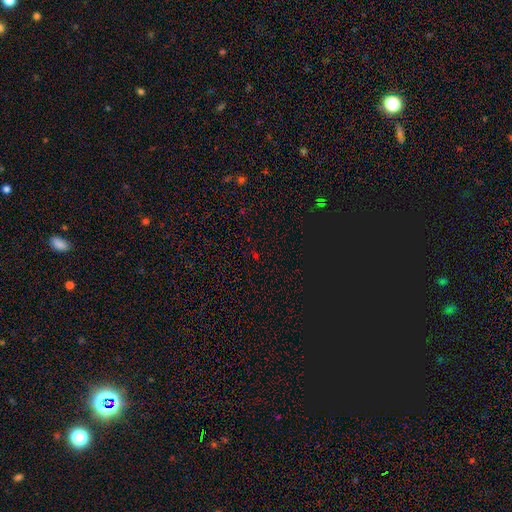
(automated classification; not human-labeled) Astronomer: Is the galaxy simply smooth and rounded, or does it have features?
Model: star or artifact — 66%.